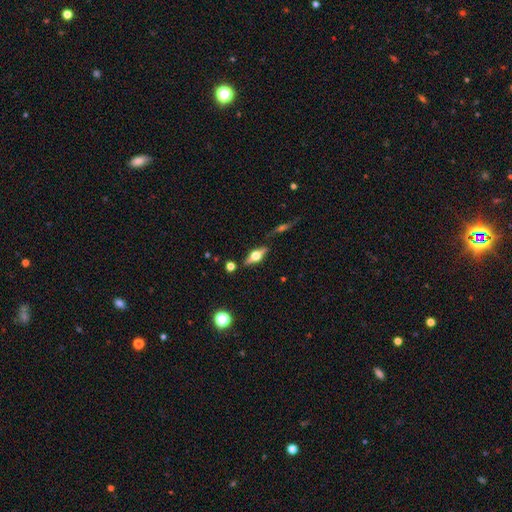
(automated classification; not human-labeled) smooth_or_featured: featured or disk (p=0.67) [alt: smooth p=0.26]
disk_edge_on: yes (p=0.94) [alt: no p=0.06]
edge_on_bulge: rounded (p=0.94) [alt: boxy p=0.04]
merging: none (p=0.80) [alt: minor disturbance p=0.12]